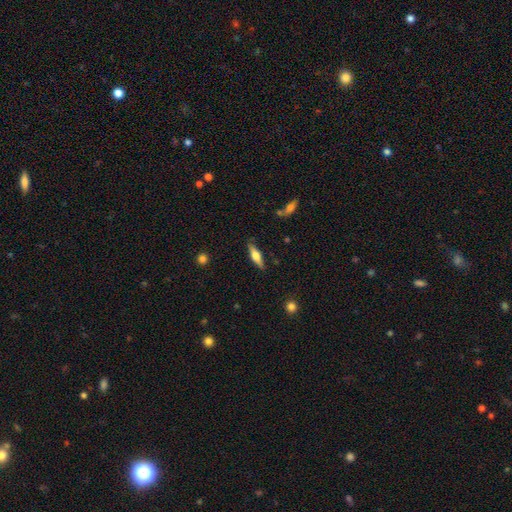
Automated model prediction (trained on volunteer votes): Smooth or featured?
  - smooth: 54% *
  - featured or disk: 40%
  - star or artifact: 6%
How rounded?
  - cigar-shaped: 57% *
  - in between: 41%
  - round: 2%
Merging?
  - none: 85% *
  - minor disturbance: 11%
  - major disturbance: 2%
  - merger: 2%